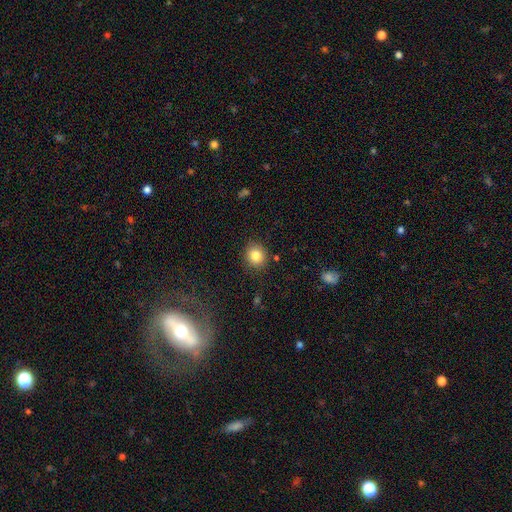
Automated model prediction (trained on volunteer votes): A smooth galaxy with no disk features (83%) that is round (81%).

Vote fractions:
- Smooth or featured? smooth: 83% / star or artifact: 10% / featured or disk: 7%
- How rounded? round: 81% / in between: 18% / cigar-shaped: 1%
- Merging? none: 88% / minor disturbance: 8% / major disturbance: 2% / merger: 2%